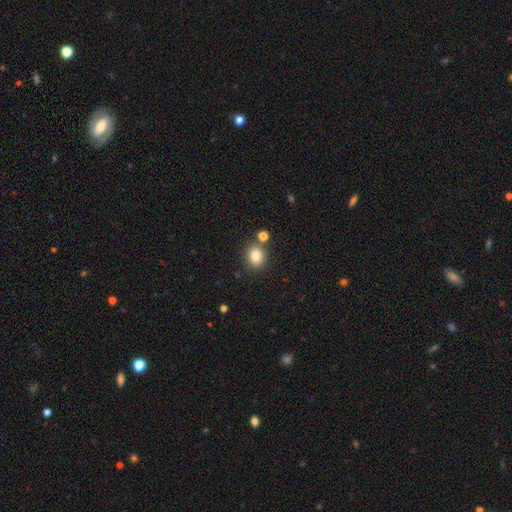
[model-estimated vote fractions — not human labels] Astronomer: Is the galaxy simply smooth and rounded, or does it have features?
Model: smooth — 81%.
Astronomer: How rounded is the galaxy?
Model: round — 69%.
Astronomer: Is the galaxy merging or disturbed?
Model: none — 79%.